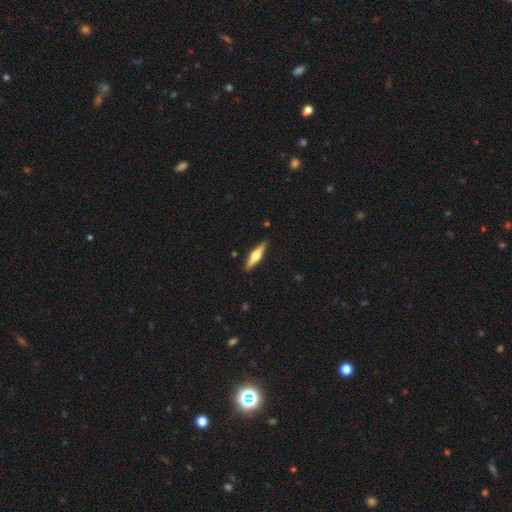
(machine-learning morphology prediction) Q: Smooth or featured?
A: featured or disk (61%); runner-up: smooth (34%)
Q: Edge-on disk?
A: yes (96%); runner-up: no (4%)
Q: Edge-on bulge?
A: rounded (93%); runner-up: boxy (5%)
Q: Merging?
A: none (90%); runner-up: minor disturbance (8%)